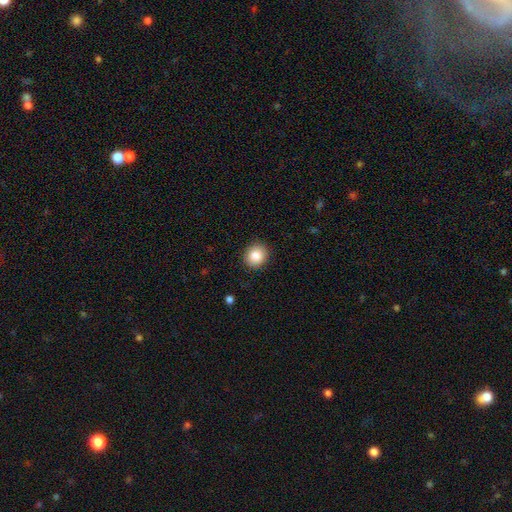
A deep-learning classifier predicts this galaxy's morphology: A smooth galaxy with no disk features (86%) that is round (83%).

Vote fractions:
- Smooth or featured? smooth: 86% / star or artifact: 9% / featured or disk: 5%
- How rounded? round: 83% / in between: 16% / cigar-shaped: 1%
- Merging? none: 90% / minor disturbance: 7% / major disturbance: 2% / merger: 1%